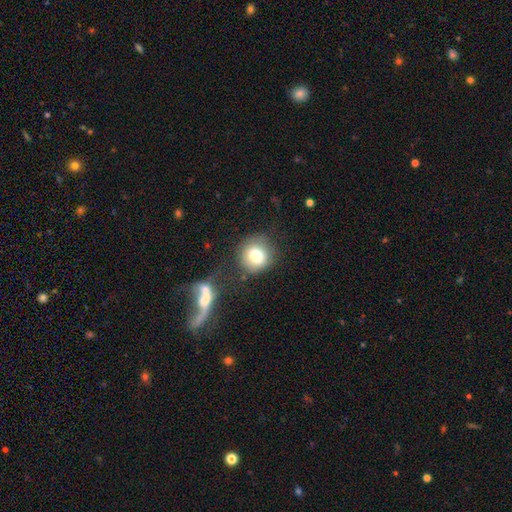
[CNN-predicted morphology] smooth 76%, featured or disk 14%, star or artifact 10%. Down the decision tree: how rounded — round (82%); merging — none (68%).